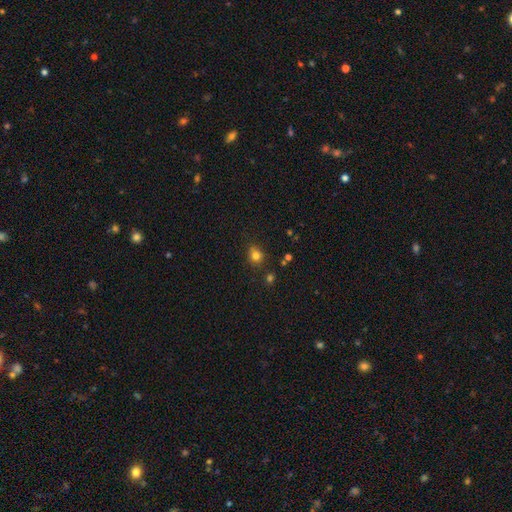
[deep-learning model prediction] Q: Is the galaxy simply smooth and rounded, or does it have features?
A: smooth — 78%.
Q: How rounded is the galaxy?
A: round — 80%.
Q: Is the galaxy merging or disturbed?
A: none — 74%.